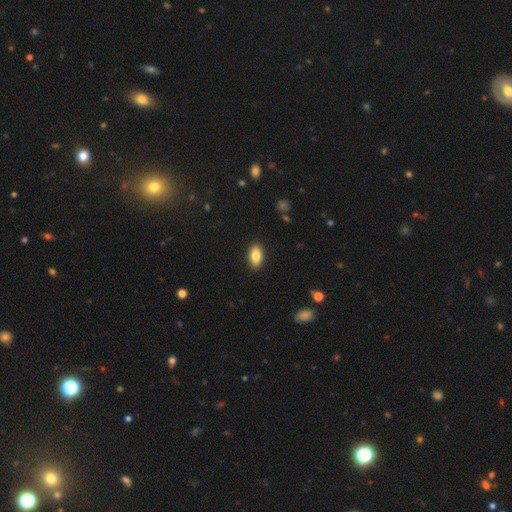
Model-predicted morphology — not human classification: This is clearly a smooth galaxy (84%). How rounded: clearly in between (91%). Merging: clearly none (88%).